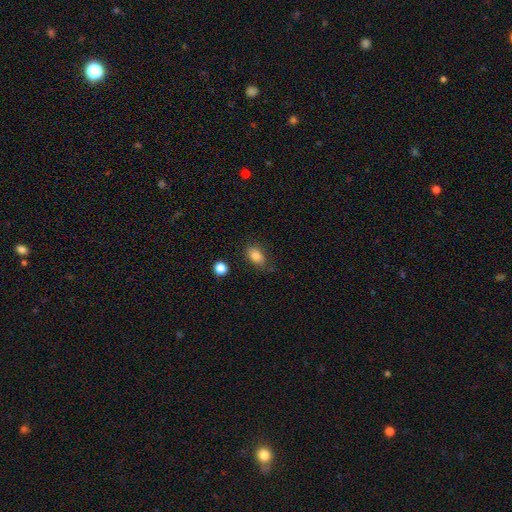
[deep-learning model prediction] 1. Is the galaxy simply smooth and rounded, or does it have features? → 83% smooth, 9% star or artifact, 8% featured or disk.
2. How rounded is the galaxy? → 87% in between, 10% round, 3% cigar-shaped.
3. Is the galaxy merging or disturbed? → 74% none, 18% minor disturbance, 5% major disturbance, 2% merger.